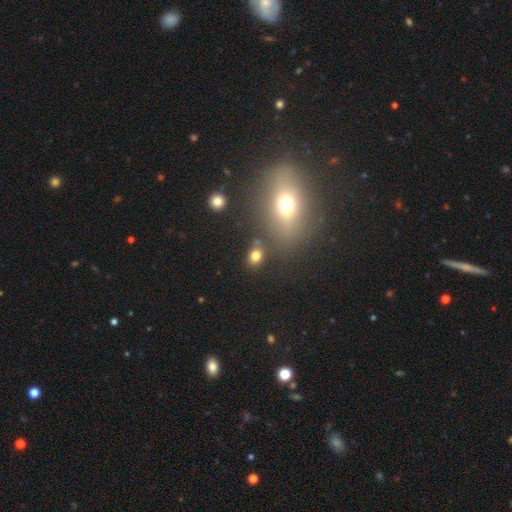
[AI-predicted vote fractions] smooth 77%, star or artifact 16%, featured or disk 8%. Down the decision tree: how rounded — in between (56%); merging — none (76%).